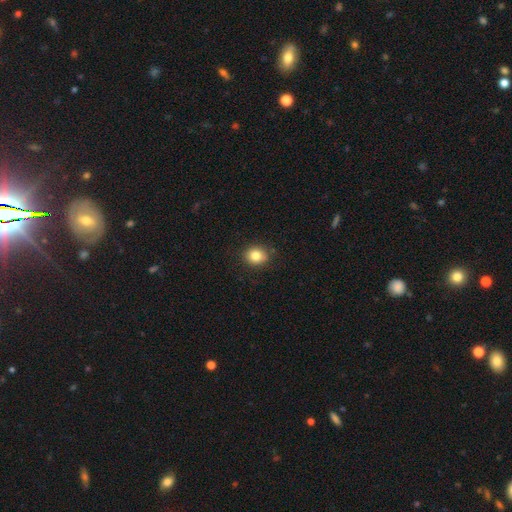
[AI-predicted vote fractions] Overall: smooth (83%). How rounded: round (70%). Merging: none (86%).